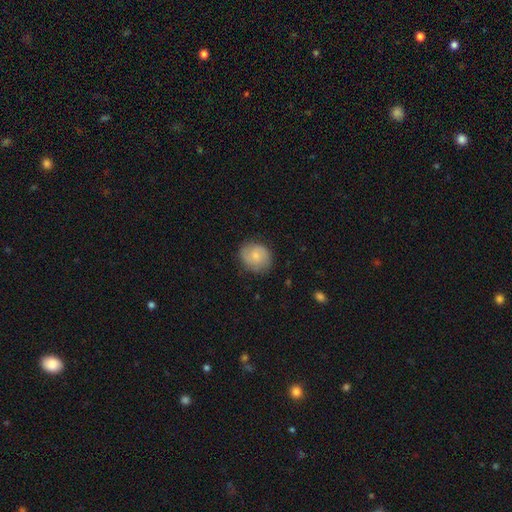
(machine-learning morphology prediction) Smooth or featured? smooth (50%)
How rounded? round (70%)
Merging? none (79%)